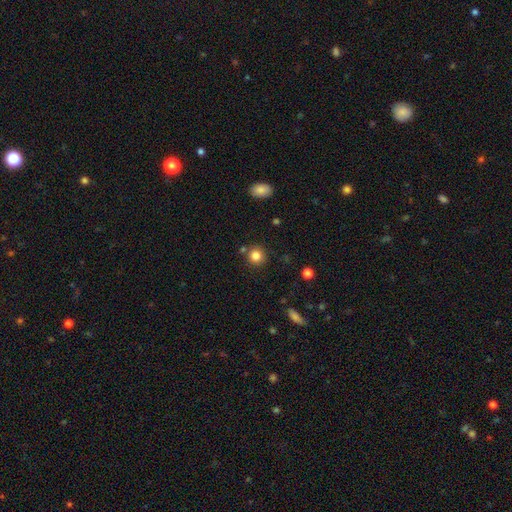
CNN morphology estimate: The model was most divided on "smooth or featured": smooth: 83%, star or artifact: 11%, featured or disk: 6%. More confident: how rounded — round (92%); merging — none (82%).